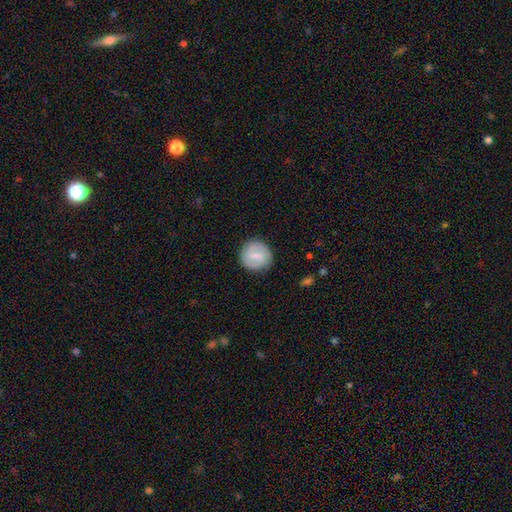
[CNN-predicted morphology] smooth_or_featured: featured or disk (p=0.50) [alt: smooth p=0.44]
disk_edge_on: no (p=0.98) [alt: yes p=0.02]
merging: none (p=0.87) [alt: minor disturbance p=0.09]